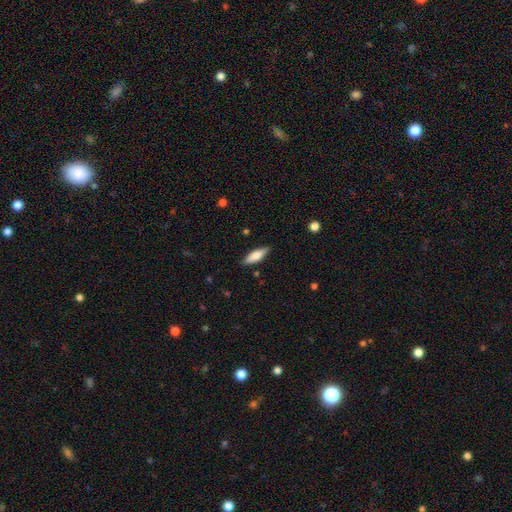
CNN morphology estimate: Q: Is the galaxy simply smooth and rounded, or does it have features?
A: smooth — 67%.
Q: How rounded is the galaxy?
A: cigar-shaped — 51%.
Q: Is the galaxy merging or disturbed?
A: none — 86%.